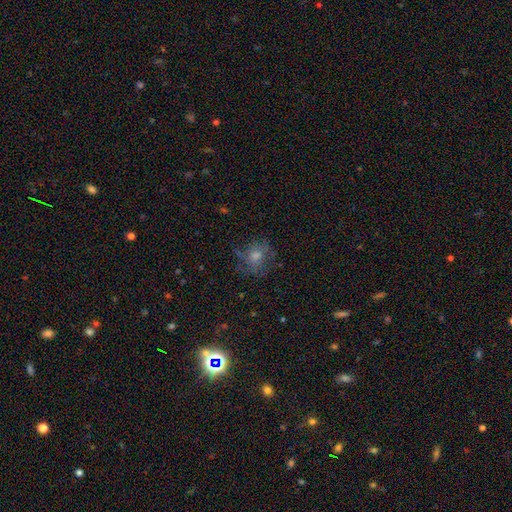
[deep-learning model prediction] smooth_or_featured: smooth (p=0.42) [alt: featured or disk p=0.33]
merging: none (p=0.70) [alt: minor disturbance p=0.18]